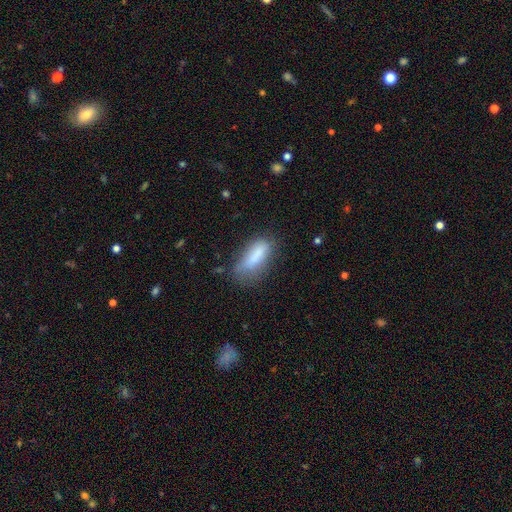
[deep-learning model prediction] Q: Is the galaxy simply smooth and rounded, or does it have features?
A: smooth — 76%.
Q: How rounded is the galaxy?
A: in between — 68%.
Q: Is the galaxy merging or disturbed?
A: none — 48%.